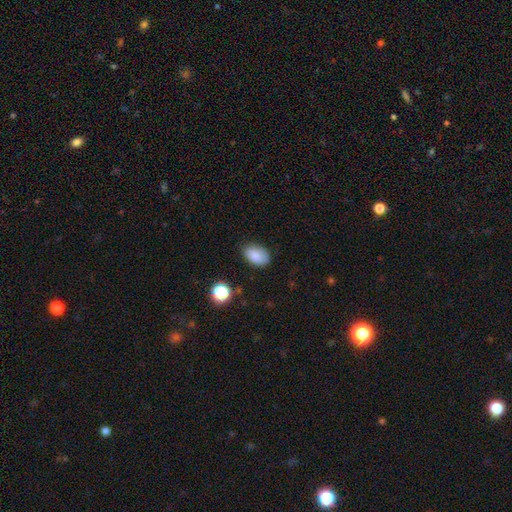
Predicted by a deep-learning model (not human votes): Morphology: type=smooth (84%); roundness=in between (87%); merging=none (74%).